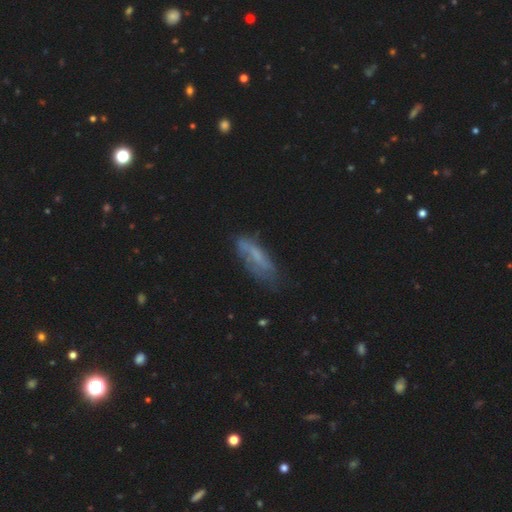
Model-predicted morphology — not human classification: type=smooth (49%); merging=none (59%).